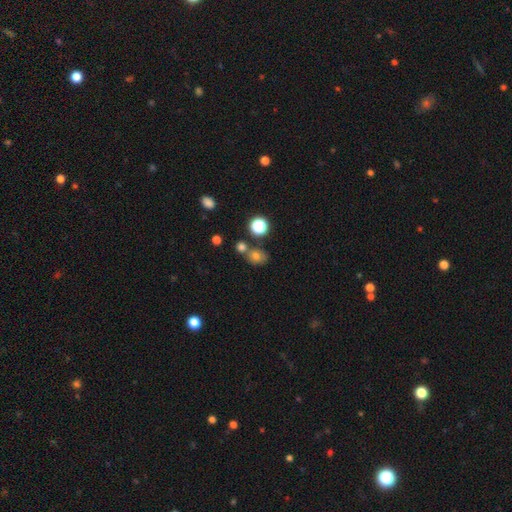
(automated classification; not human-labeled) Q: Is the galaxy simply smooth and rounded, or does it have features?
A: smooth — 70%.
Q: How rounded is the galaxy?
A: round — 57%.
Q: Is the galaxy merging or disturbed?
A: none — 58%.